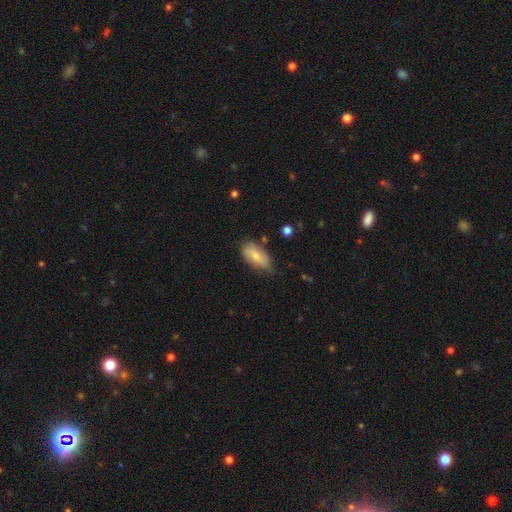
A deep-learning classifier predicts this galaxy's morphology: A smooth galaxy with no disk features (74%) that is in between round and cigar-shaped (90%). Merging: none (58%).